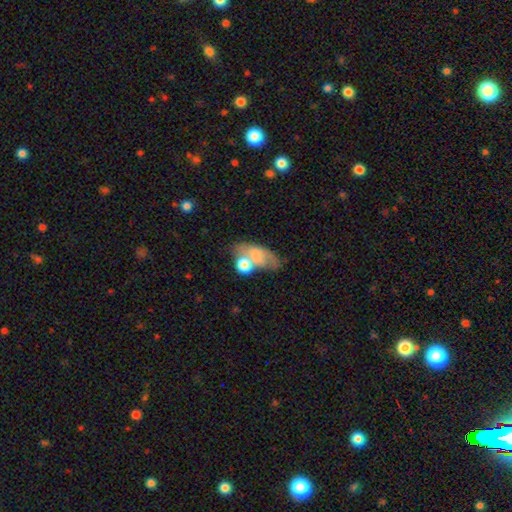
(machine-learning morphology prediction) A smooth galaxy with no disk features (58%) that is in between round and cigar-shaped (81%).

Vote fractions:
- Smooth or featured? smooth: 58% / featured or disk: 33% / star or artifact: 9%
- How rounded? in between: 81% / round: 15% / cigar-shaped: 5%
- Merging? merger: 44% / none: 27% / minor disturbance: 16% / major disturbance: 14%